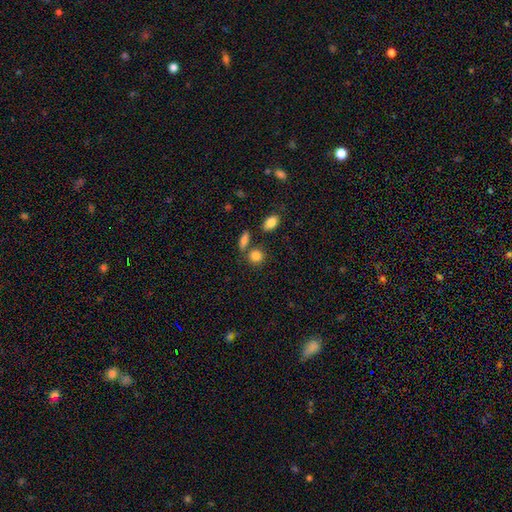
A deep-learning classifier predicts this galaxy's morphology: Q: Smooth or featured?
A: smooth (85%); runner-up: star or artifact (9%)
Q: How rounded?
A: round (74%); runner-up: in between (24%)
Q: Merging?
A: none (70%); runner-up: merger (16%)